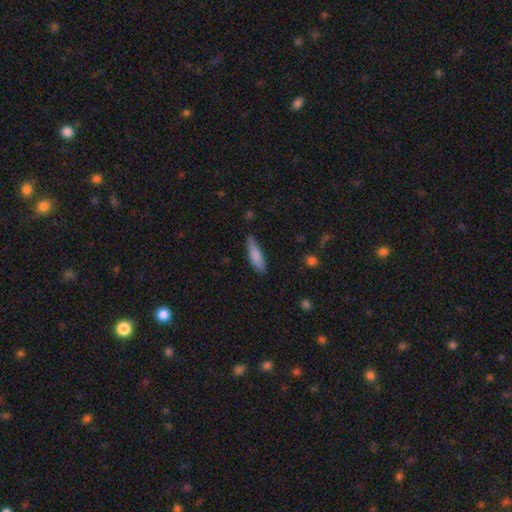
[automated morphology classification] Q: Smooth or featured?
A: smooth (82%); runner-up: featured or disk (12%)
Q: How rounded?
A: cigar-shaped (60%); runner-up: in between (39%)
Q: Merging?
A: none (68%); runner-up: minor disturbance (26%)